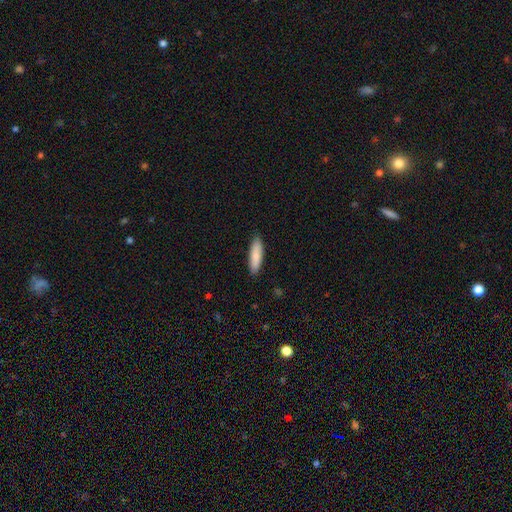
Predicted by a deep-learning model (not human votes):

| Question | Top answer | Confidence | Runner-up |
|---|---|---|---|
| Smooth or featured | smooth | 86% | featured or disk (9%) |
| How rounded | cigar-shaped | 61% | in between (38%) |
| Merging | none | 88% | minor disturbance (9%) |